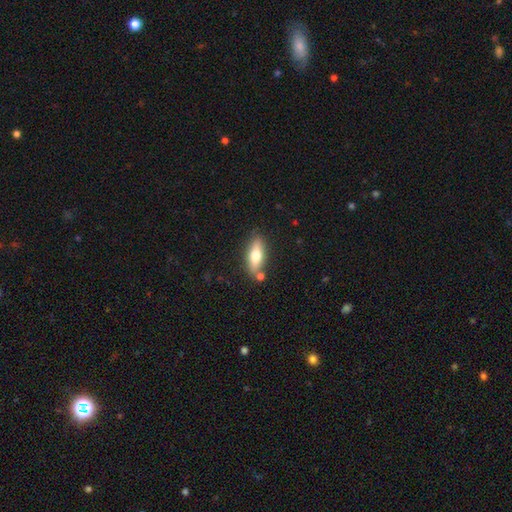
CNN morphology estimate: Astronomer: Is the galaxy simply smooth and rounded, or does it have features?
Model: smooth — 64%.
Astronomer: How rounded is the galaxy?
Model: in between — 62%.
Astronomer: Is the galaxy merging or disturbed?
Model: none — 78%.